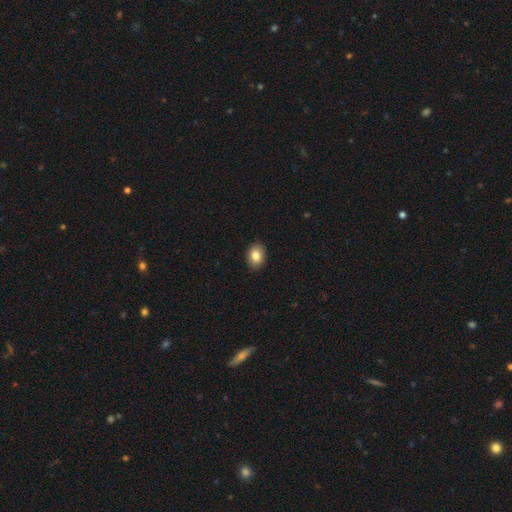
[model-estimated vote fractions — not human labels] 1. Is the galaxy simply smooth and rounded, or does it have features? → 84% smooth, 9% star or artifact, 8% featured or disk.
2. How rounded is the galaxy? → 69% in between, 30% round, 1% cigar-shaped.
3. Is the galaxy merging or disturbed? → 89% none, 8% minor disturbance, 2% major disturbance, 1% merger.